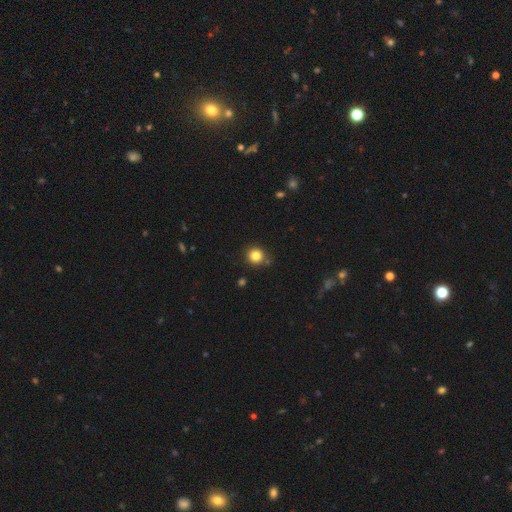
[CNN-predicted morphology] The model was most divided on "smooth or featured": smooth: 83%, star or artifact: 12%, featured or disk: 5%. More confident: how rounded — round (92%); merging — none (84%).